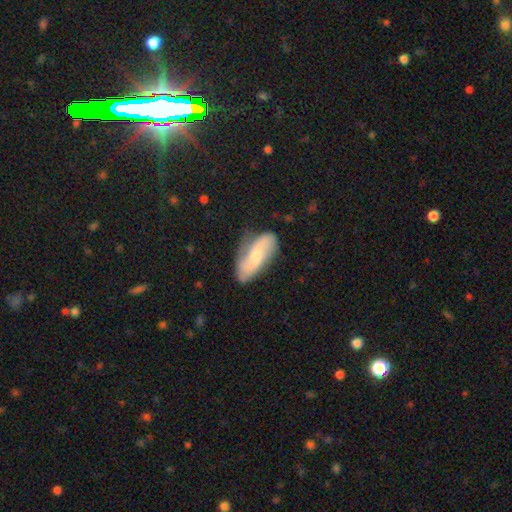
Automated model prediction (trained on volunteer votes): The model was most divided on "smooth or featured": featured or disk: 51%, smooth: 42%, star or artifact: 7%. More confident: edge-on disk — no (89%); merging — none (66%).